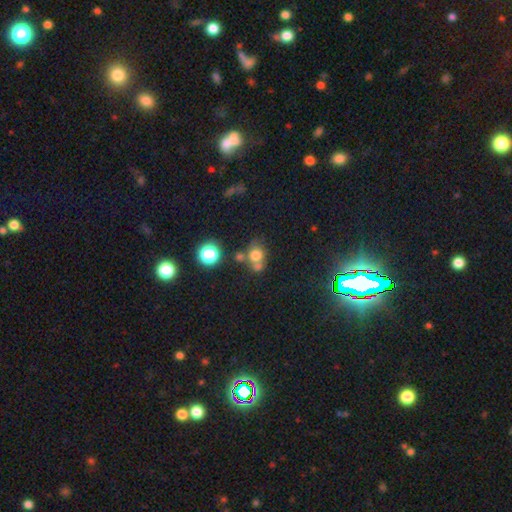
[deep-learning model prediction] Morphology: type=smooth (67%); roundness=round (74%); merging=none (47%).